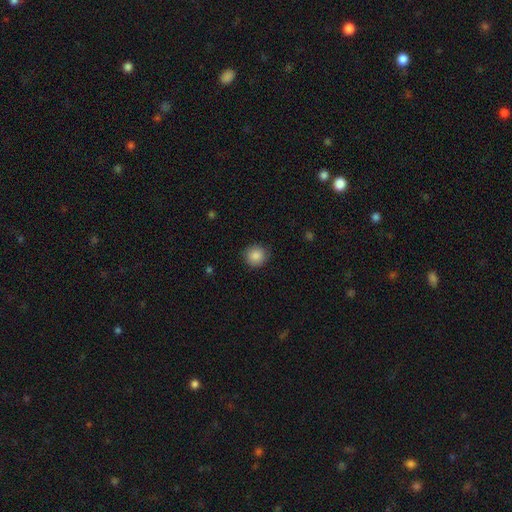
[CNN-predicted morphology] Smooth or featured? smooth (87%)
How rounded? round (91%)
Merging? none (87%)